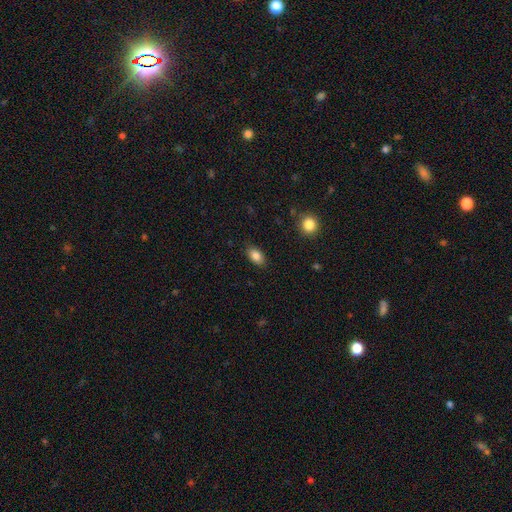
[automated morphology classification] type=smooth (86%); roundness=in between (89%); merging=none (86%).